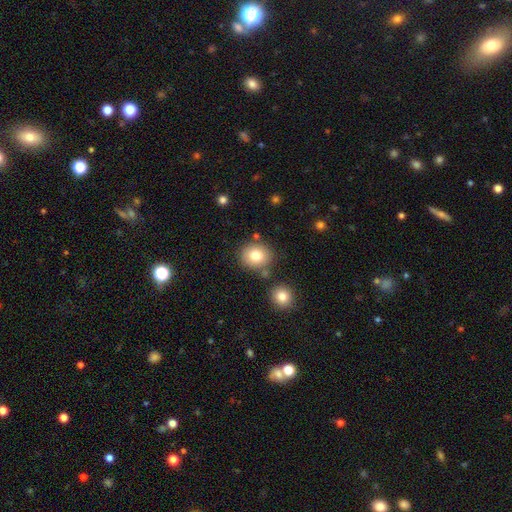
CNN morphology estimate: Overall: smooth (79%). How rounded: round (77%). Merging: none (78%).